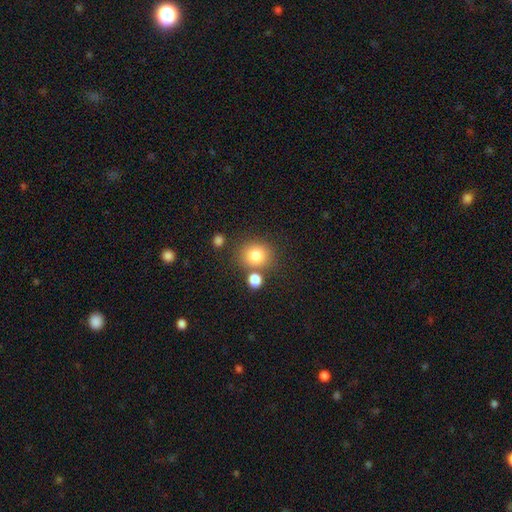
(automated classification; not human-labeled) A smooth galaxy with no disk features (80%) that is round (80%). Merging: none (72%).